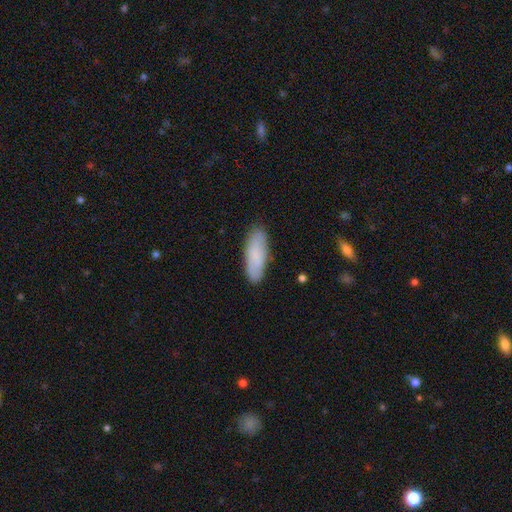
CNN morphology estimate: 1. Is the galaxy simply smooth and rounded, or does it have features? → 79% smooth, 15% featured or disk, 6% star or artifact.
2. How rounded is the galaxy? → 59% in between, 40% cigar-shaped, 2% round.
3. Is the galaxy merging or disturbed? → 86% none, 11% minor disturbance, 2% major disturbance, 1% merger.